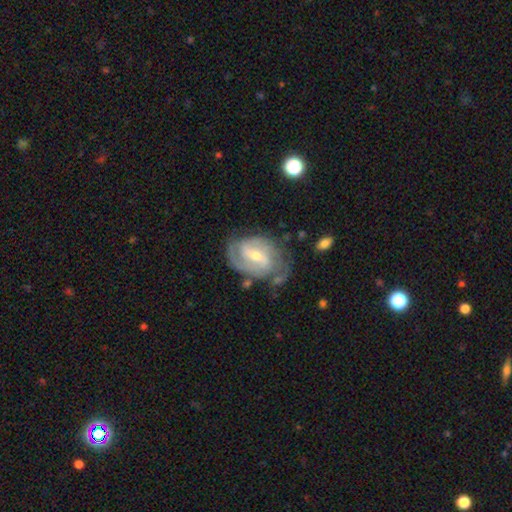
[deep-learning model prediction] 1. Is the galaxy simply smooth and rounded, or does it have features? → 86% featured or disk, 9% smooth, 5% star or artifact.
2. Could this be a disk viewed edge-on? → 97% no, 3% yes.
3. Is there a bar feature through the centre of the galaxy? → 48% weak, 33% strong, 19% no.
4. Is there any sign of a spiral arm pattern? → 94% yes, 6% no.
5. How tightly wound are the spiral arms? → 47% tight, 41% medium, 11% loose.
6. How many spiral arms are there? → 63% 2, 15% can't tell, 13% 3, 4% 1, 3% 4, 2% more than 4.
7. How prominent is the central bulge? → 52% small, 45% moderate, 2% large, 1% none, 1% dominant.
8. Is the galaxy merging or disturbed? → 65% none, 22% minor disturbance, 10% major disturbance, 3% merger.